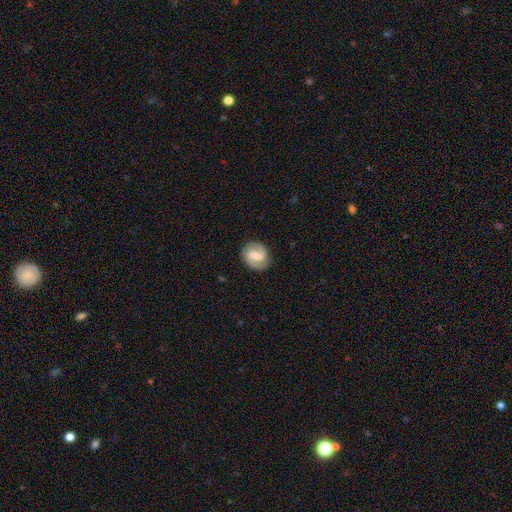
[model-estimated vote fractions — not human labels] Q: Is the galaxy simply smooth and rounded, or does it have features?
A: featured or disk — 72%.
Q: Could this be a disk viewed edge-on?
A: no — 98%.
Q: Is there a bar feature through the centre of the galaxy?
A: weak — 52%.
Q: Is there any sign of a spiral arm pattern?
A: yes — 92%.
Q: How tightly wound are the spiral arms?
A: medium — 47%.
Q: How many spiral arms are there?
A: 2 — 88%.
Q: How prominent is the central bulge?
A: moderate — 47%.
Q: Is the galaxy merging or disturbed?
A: none — 85%.